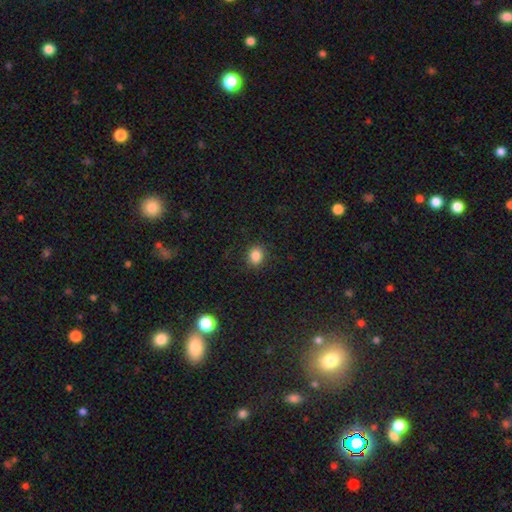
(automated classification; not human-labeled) This is clearly a smooth galaxy (84%). How rounded: likely round (69%). Merging: clearly none (87%).